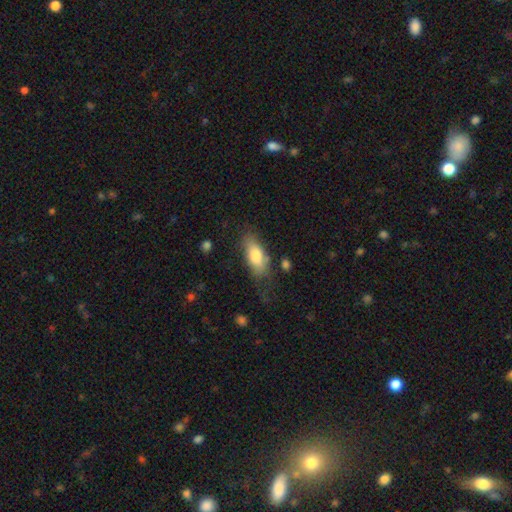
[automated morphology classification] This is likely a smooth galaxy (76%). How rounded: clearly in between (80%). Merging: likely none (62%).